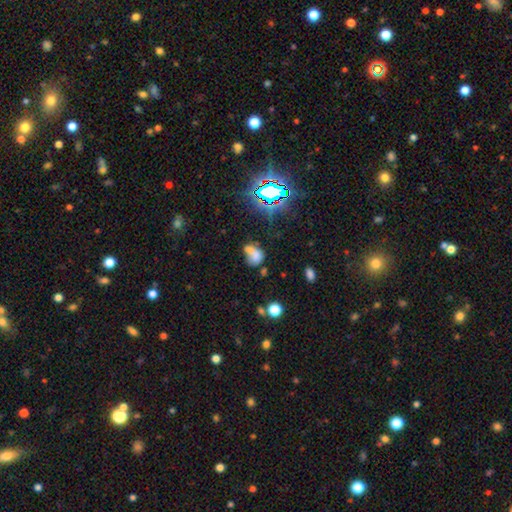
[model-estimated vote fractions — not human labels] The model was most divided on "merging": merger: 47%, none: 25%, minor disturbance: 15%, major disturbance: 13%. More confident: how rounded — in between (62%); smooth or featured — smooth (60%).